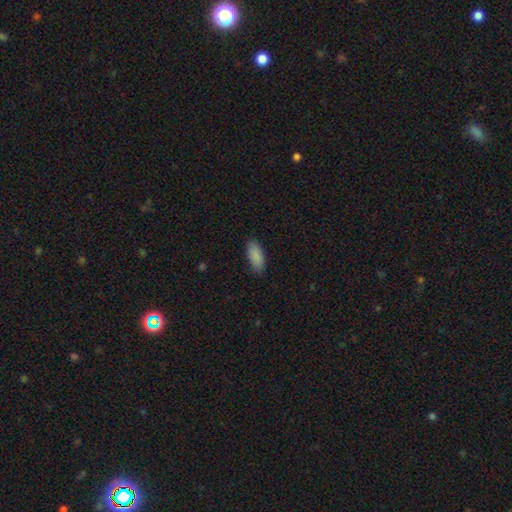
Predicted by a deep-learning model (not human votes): Morphology: type=smooth (89%); roundness=in between (84%); merging=none (85%).